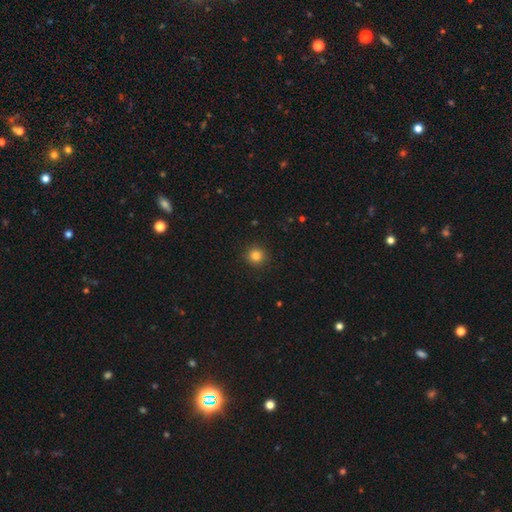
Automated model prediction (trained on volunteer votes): Smooth or featured: smooth — 84% (star or artifact — 12%)
How rounded: round — 94% (in between — 5%)
Merging: none — 92% (minor disturbance — 5%)